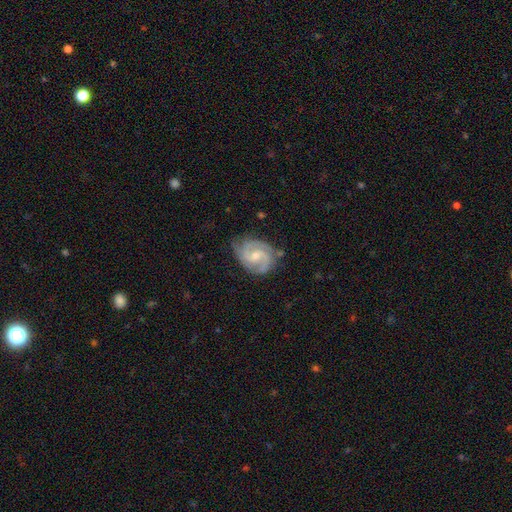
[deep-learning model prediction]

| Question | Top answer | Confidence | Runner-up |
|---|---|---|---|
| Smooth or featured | featured or disk | 90% | smooth (6%) |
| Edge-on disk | no | 98% | yes (2%) |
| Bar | weak | 49% | no (42%) |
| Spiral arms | yes | 98% | no (2%) |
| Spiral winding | medium | 47% | tight (46%) |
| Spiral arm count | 2 | 64% | 3 (24%) |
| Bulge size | small | 49% | moderate (45%) |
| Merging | none | 73% | minor disturbance (20%) |